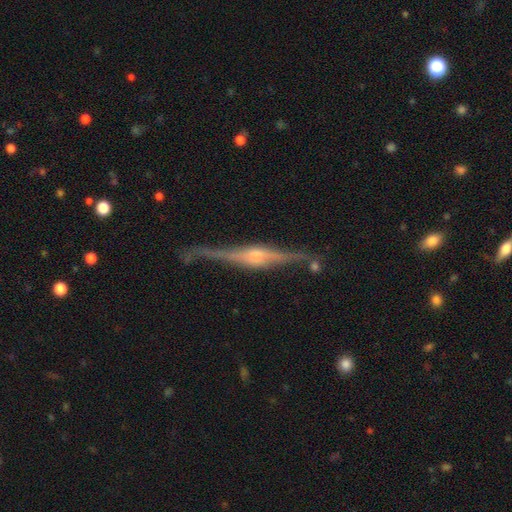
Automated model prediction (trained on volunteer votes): This appears to be a featured or disk galaxy (87%) viewed edge-on (97%) with a rounded central bulge (72%). Merging: none (79%).